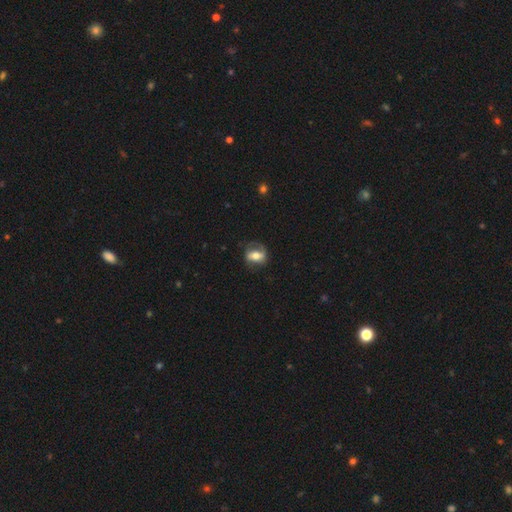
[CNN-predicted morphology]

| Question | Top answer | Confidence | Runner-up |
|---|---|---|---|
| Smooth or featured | featured or disk | 47% | smooth (46%) |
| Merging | none | 65% | minor disturbance (22%) |